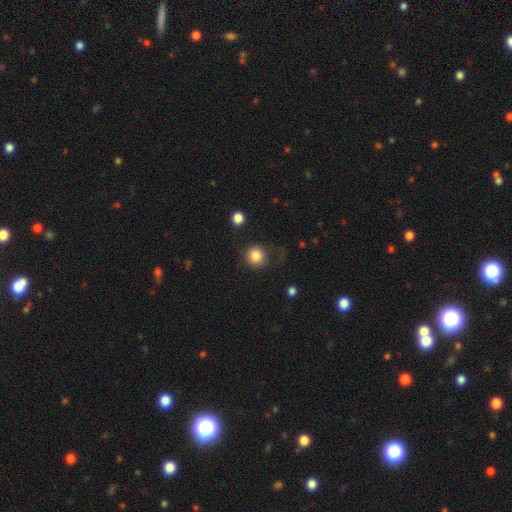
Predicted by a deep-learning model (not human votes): This appears to be a smooth galaxy with no disk features (83%) that is round (90%). Merging: none (71%).